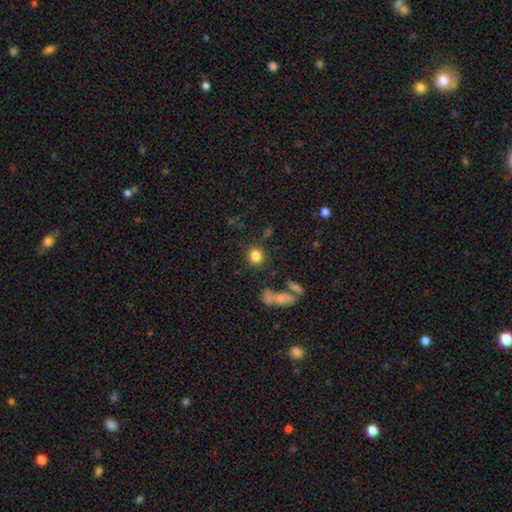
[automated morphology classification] smooth_or_featured: smooth (p=0.82) [alt: star or artifact p=0.11]
how_rounded: round (p=0.90) [alt: in between p=0.09]
merging: none (p=0.85) [alt: minor disturbance p=0.08]